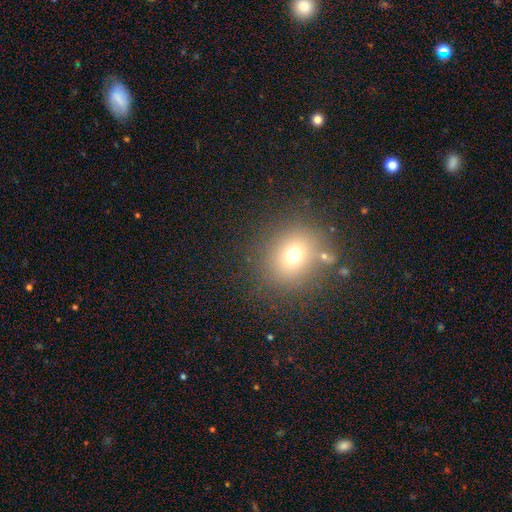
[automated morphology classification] Smooth or featured? Predicted: smooth (p=0.64). How rounded? Predicted: round (p=0.76). Merging? Predicted: none (p=0.81).